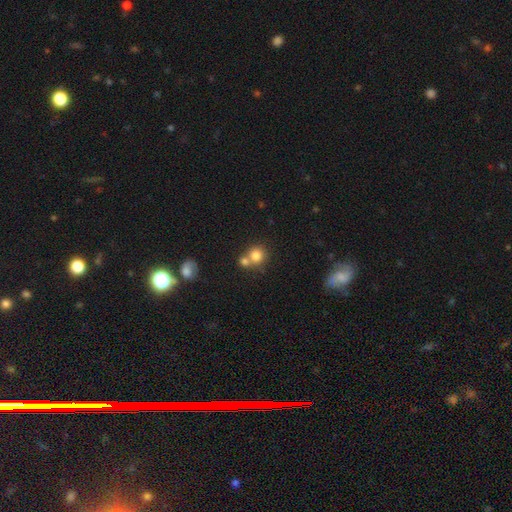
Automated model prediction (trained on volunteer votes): A smooth galaxy with no disk features (80%) that is round (87%). Merging: none (47%).